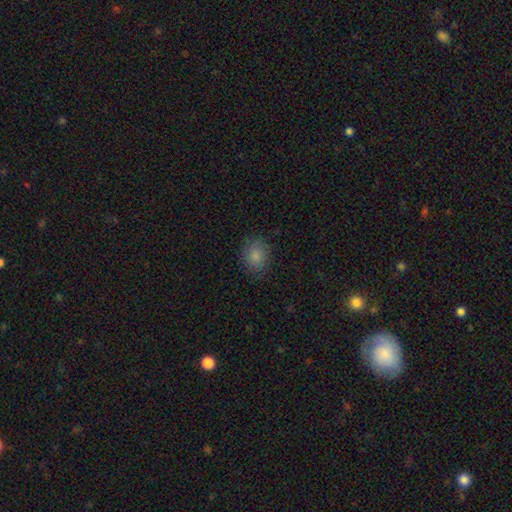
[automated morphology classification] A smooth galaxy with no disk features (84%) that is round (56%).

Vote fractions:
- Smooth or featured? smooth: 84% / star or artifact: 10% / featured or disk: 6%
- How rounded? round: 56% / in between: 43% / cigar-shaped: 1%
- Merging? none: 83% / minor disturbance: 13% / major disturbance: 4% / merger: 1%